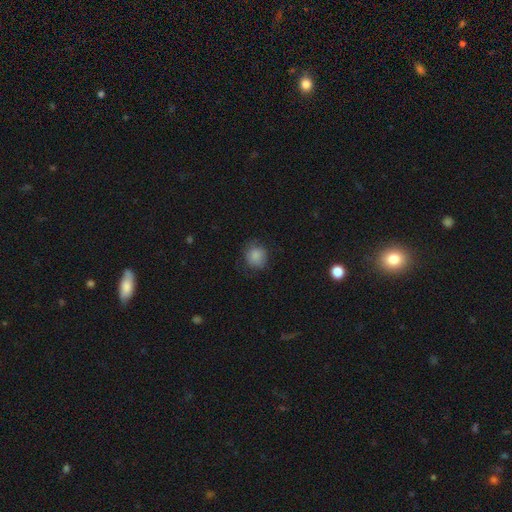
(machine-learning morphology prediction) A smooth galaxy with no disk features (85%) that is round (80%). Merging: none (75%).